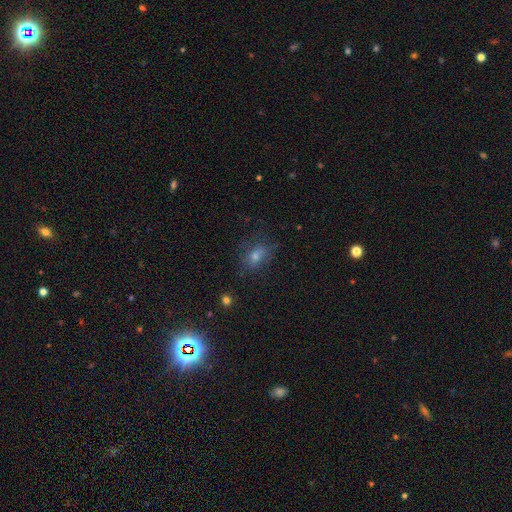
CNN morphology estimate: The model was most divided on "smooth or featured": smooth: 52%, star or artifact: 27%, featured or disk: 21%. More confident: merging — none (68%); how rounded — in between (65%).